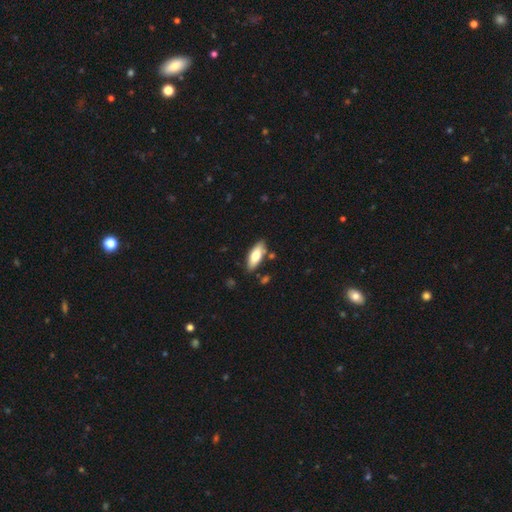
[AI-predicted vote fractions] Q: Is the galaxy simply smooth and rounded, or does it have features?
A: smooth — 72%.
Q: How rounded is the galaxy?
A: in between — 75%.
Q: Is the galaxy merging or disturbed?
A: none — 81%.